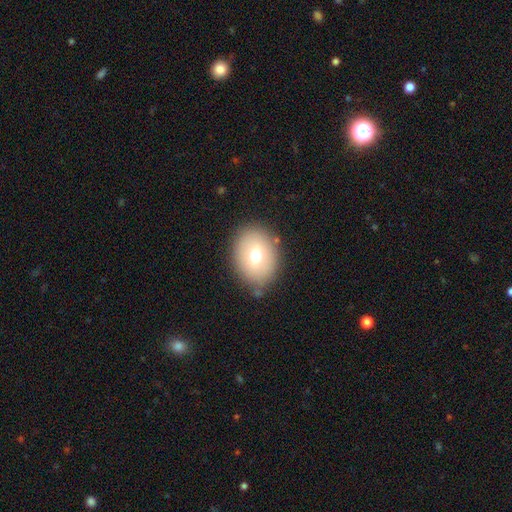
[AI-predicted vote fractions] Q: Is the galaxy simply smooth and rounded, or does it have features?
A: smooth — 70%.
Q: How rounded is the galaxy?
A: in between — 58%.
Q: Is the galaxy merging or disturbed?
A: none — 81%.